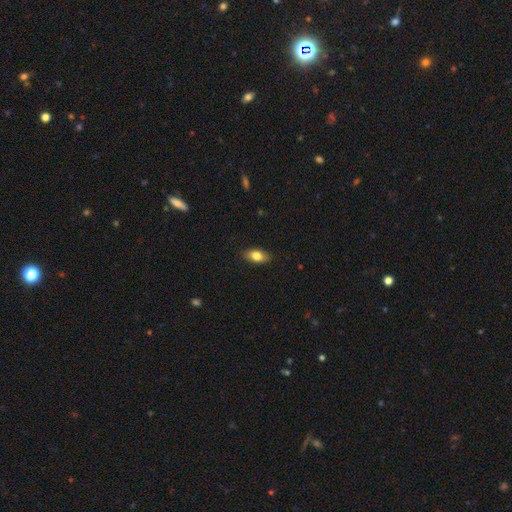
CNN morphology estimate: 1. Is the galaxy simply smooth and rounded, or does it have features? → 80% smooth, 13% featured or disk, 7% star or artifact.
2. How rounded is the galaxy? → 88% in between, 7% cigar-shaped, 5% round.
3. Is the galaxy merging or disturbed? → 87% none, 10% minor disturbance, 2% major disturbance, 1% merger.